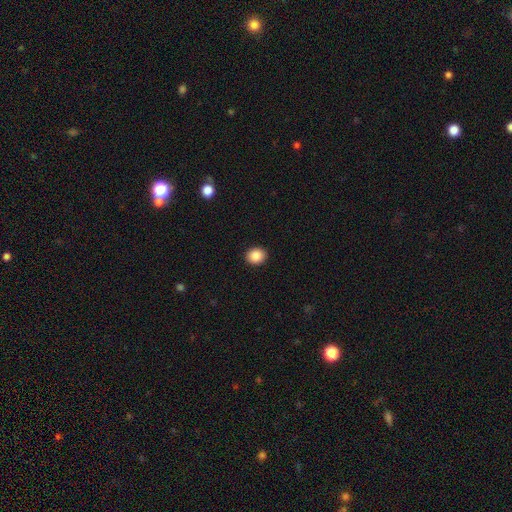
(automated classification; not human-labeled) This appears to be a smooth galaxy with no disk features (87%) that is round (69%). Merging: none (92%).